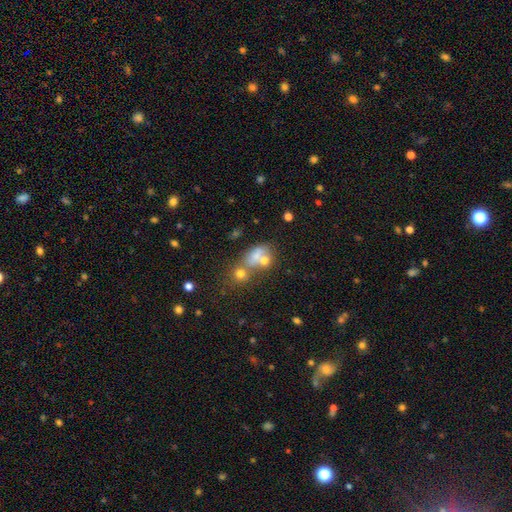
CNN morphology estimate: Overall: smooth (63%). How rounded: in between (63%; round 35%). Merging: merger (49%; none 28%).